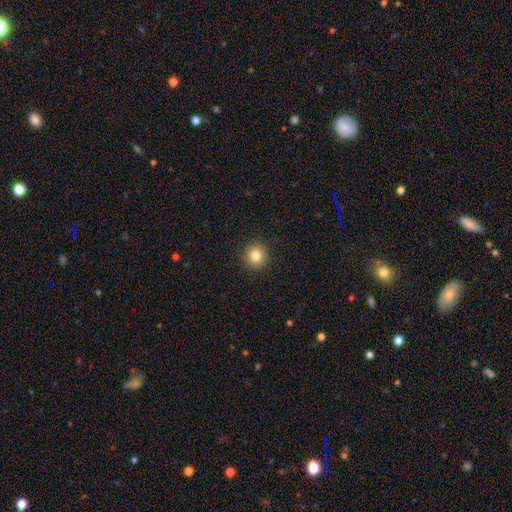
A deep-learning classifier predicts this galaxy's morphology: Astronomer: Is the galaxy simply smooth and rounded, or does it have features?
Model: smooth — 83%.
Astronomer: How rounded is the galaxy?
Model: round — 92%.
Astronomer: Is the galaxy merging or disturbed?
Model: none — 92%.